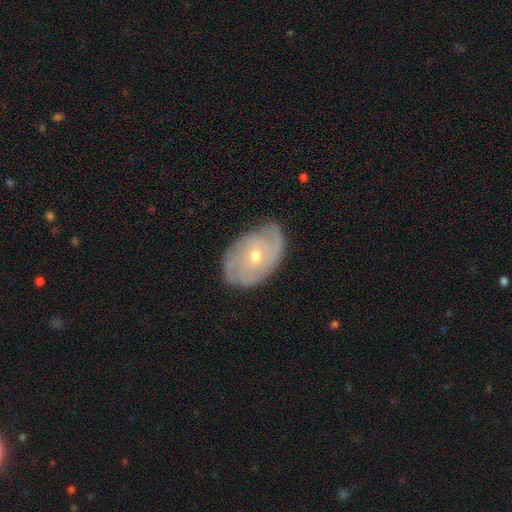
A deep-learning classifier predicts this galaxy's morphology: smooth-or-featured: featured or disk: 79% | smooth: 15% | star or artifact: 6%
  disk-edge-on: no: 96% | yes: 4%
    bar: no: 75% | weak: 21% | strong: 4%
    has-spiral-arms: yes: 91% | no: 9%
      spiral-winding: tight: 64% | medium: 27% | loose: 9%
      spiral-arm-count: can't tell: 35% | 2: 27% | 3: 19% | 4: 7% | 1: 6% | more than 4: 5%
    bulge-size: small: 51% | moderate: 46% | large: 1% | none: 1% | dominant: 1%
  merging: none: 73% | minor disturbance: 21% | major disturbance: 5% | merger: 1%